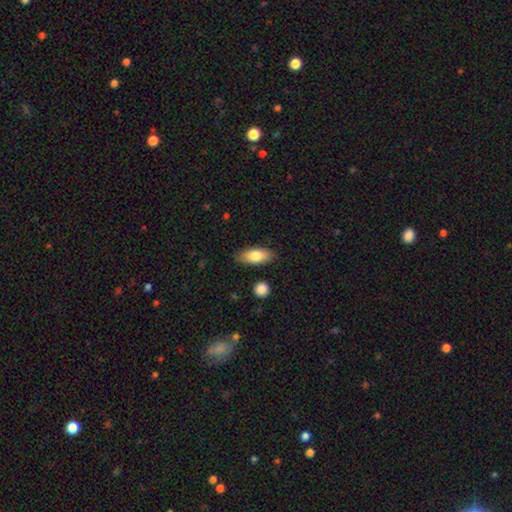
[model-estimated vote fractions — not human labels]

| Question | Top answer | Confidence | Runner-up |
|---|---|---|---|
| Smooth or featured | smooth | 81% | featured or disk (13%) |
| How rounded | in between | 78% | cigar-shaped (19%) |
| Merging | none | 85% | minor disturbance (11%) |